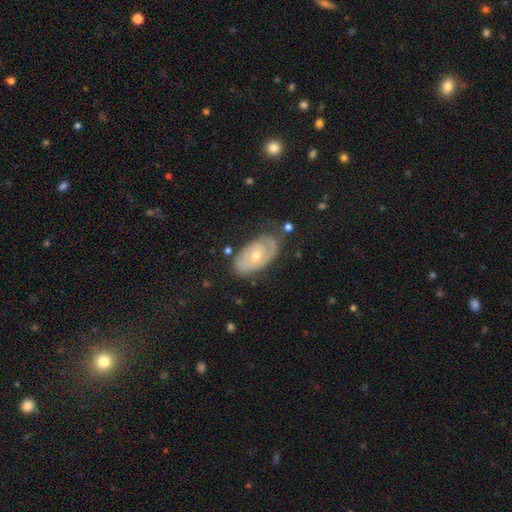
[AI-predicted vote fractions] Smooth or featured: featured or disk — 64% (smooth — 30%)
Edge-on disk: no — 92% (yes — 8%)
Bar: no — 78% (weak — 18%)
Spiral arms: yes — 61% (no — 39%)
Bulge size: moderate — 52% (small — 45%)
Merging: none — 65% (minor disturbance — 24%)